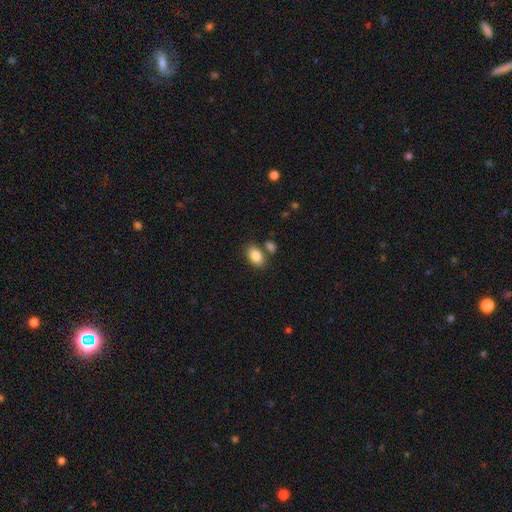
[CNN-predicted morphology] type=smooth (85%); roundness=in between (88%); merging=none (70%).